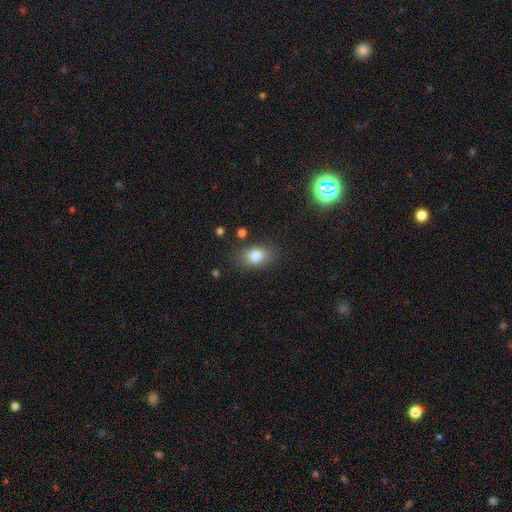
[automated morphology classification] Smooth or featured? smooth (82%)
How rounded? in between (73%)
Merging? none (82%)